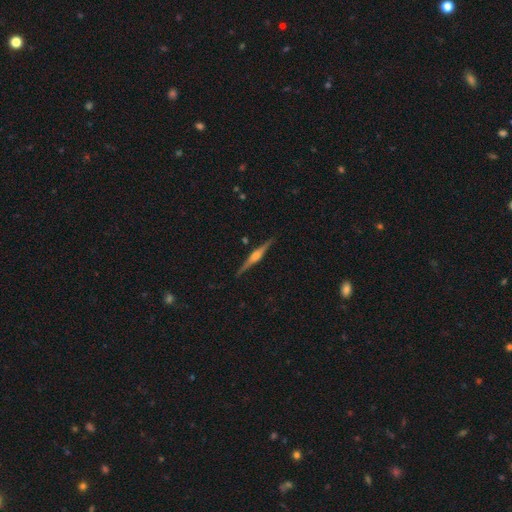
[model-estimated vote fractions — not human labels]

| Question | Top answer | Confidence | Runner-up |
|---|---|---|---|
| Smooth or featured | featured or disk | 78% | smooth (17%) |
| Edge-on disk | yes | 98% | no (2%) |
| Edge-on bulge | rounded | 75% | boxy (19%) |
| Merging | none | 90% | minor disturbance (7%) |